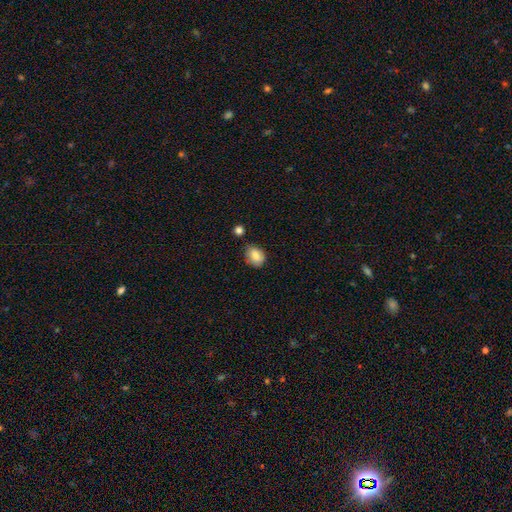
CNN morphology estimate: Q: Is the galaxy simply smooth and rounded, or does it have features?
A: smooth — 83%.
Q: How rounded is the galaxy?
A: in between — 68%.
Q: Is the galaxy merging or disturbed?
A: none — 68%.